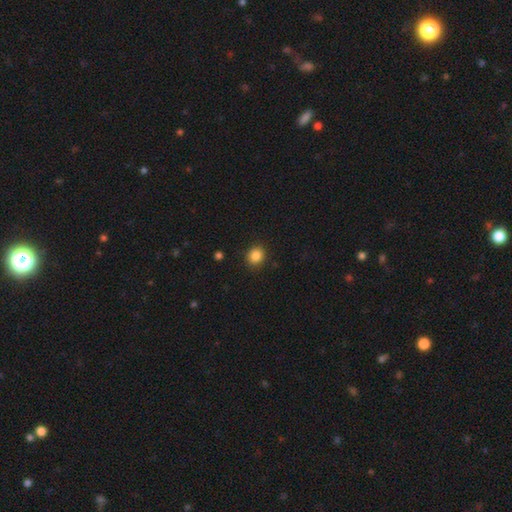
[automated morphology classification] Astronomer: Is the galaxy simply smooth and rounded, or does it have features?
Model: smooth — 86%.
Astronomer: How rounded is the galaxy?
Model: round — 77%.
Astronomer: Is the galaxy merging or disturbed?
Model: none — 89%.